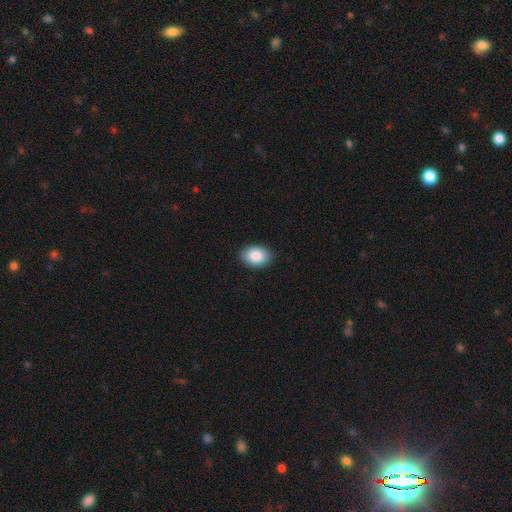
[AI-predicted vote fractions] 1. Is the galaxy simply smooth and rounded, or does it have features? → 87% smooth, 7% star or artifact, 6% featured or disk.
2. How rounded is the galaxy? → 80% in between, 19% round, 1% cigar-shaped.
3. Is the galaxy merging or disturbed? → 89% none, 8% minor disturbance, 2% major disturbance, 1% merger.